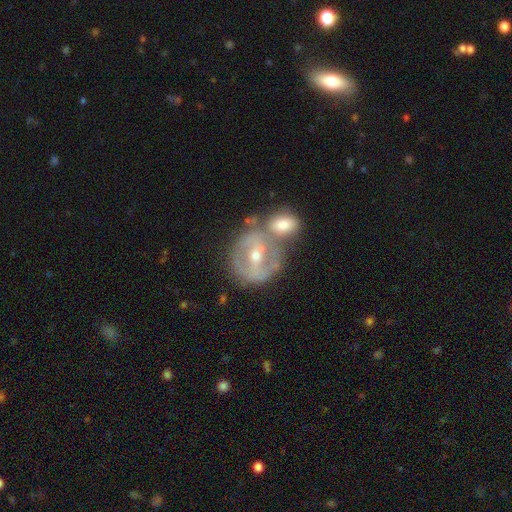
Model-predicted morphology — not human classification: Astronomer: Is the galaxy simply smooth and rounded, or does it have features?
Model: featured or disk — 73%.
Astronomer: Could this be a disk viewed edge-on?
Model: no — 95%.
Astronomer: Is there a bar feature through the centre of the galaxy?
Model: weak — 39%, tied with strong at 39%.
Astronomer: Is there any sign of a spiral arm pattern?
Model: yes — 61% (runner-up: no, 39%).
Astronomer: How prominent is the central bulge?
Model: moderate — 55% (runner-up: small, 41%).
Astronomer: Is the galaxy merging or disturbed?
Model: merger — 43% (runner-up: none, 39%).